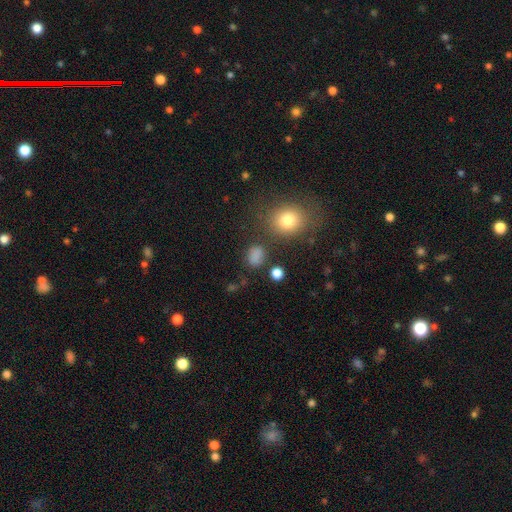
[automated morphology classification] Smooth or featured? Predicted: smooth (p=0.79). How rounded? Predicted: in between (p=0.51). Merging? Predicted: none (p=0.73).